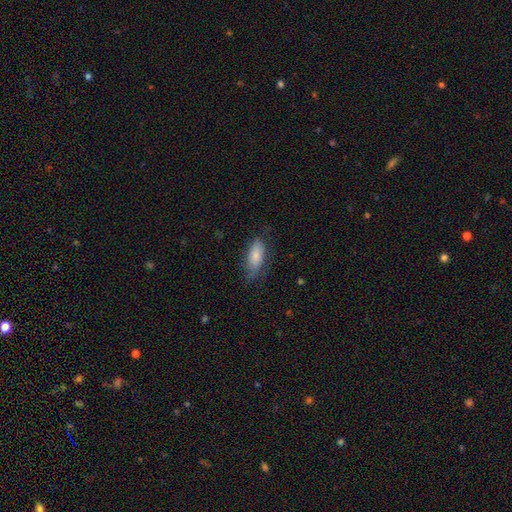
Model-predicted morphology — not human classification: A smooth galaxy with no disk features (77%) that is in between round and cigar-shaped (77%).

Vote fractions:
- Smooth or featured? smooth: 77% / featured or disk: 16% / star or artifact: 6%
- How rounded? in between: 77% / cigar-shaped: 21% / round: 2%
- Merging? none: 65% / minor disturbance: 26% / major disturbance: 7% / merger: 1%